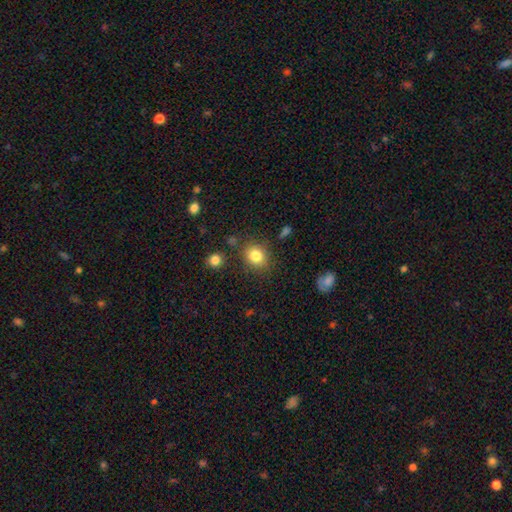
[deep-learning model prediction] Overall: smooth (82%). How rounded: round (69%; in between 30%). Merging: none (81%).